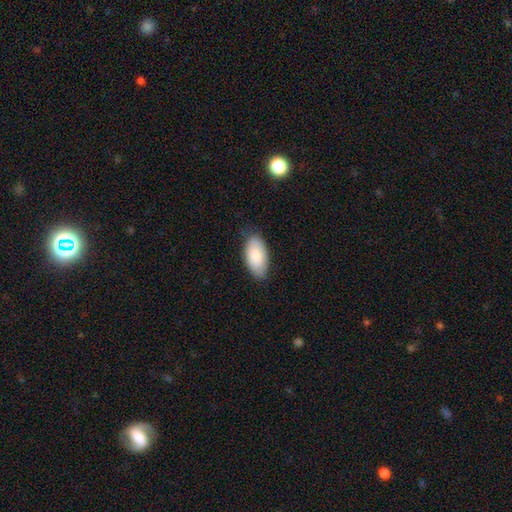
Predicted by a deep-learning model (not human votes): The model was most divided on "merging": none: 81%, minor disturbance: 16%, major disturbance: 3%, merger: 1%. More confident: how rounded — in between (95%); smooth or featured — smooth (87%).